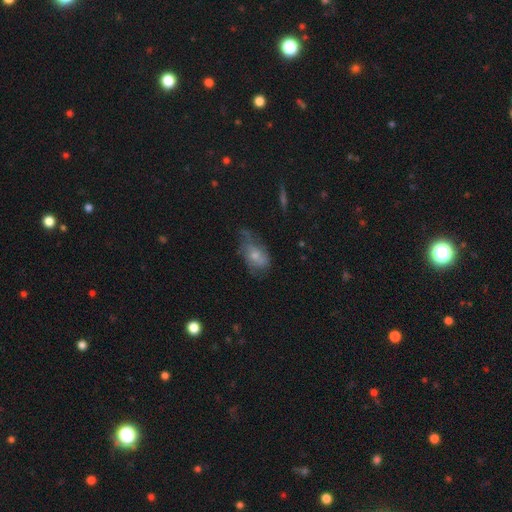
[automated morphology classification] smooth 53%, featured or disk 38%, star or artifact 9%. Down the decision tree: how rounded — in between (84%); merging — none (35%, tied with minor disturbance).